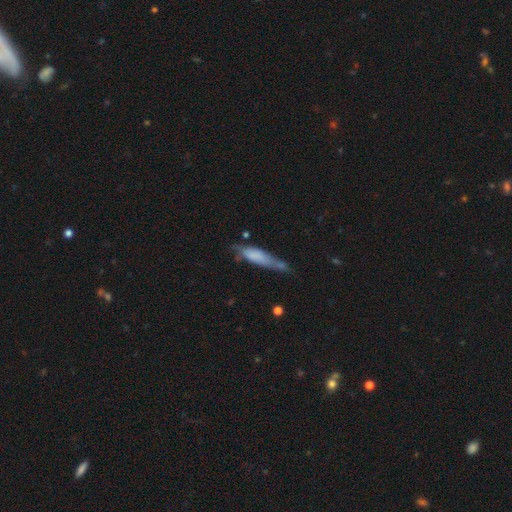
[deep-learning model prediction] A smooth galaxy with no disk features (65%) that is cigar-shaped (71%). Merging: none (39%).